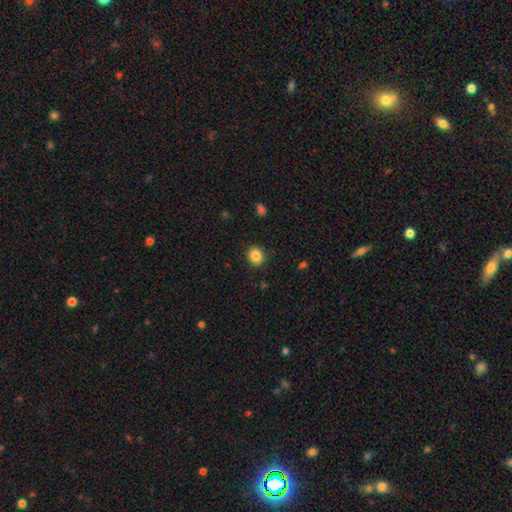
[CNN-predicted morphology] A smooth galaxy with no disk features (85%) that is round (75%). Merging: none (89%).